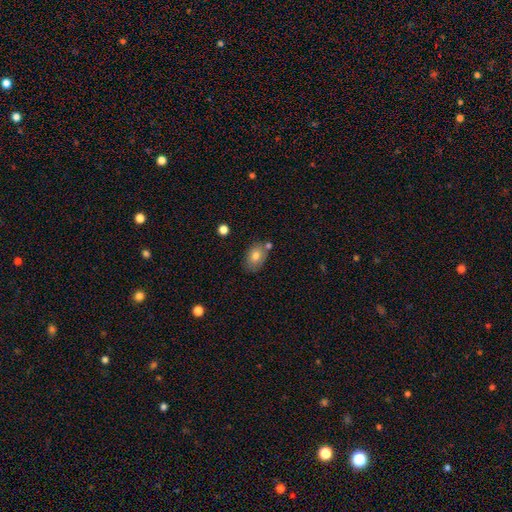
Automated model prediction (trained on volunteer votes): smooth 77%, featured or disk 14%, star or artifact 8%. Down the decision tree: how rounded — in between (84%); merging — none (71%).